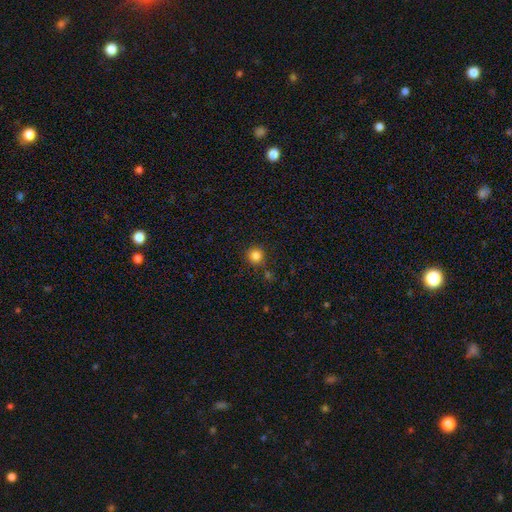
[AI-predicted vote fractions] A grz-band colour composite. It shows a smooth galaxy with no disk features (83%) that is round (94%). Merging: none (85%).